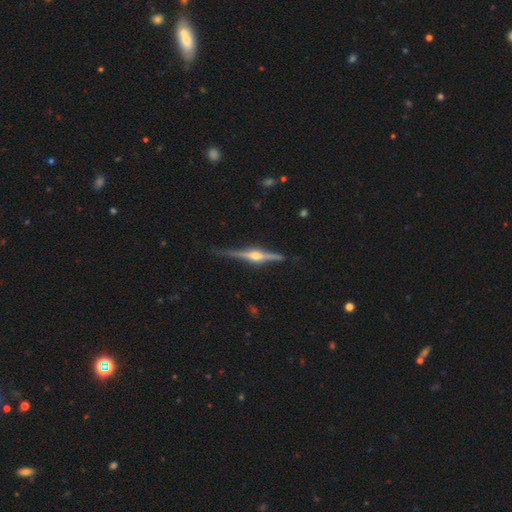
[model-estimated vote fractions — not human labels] smooth_or_featured: featured or disk (p=0.86) [alt: smooth p=0.09]
disk_edge_on: yes (p=0.98) [alt: no p=0.02]
edge_on_bulge: rounded (p=0.94) [alt: boxy p=0.04]
merging: none (p=0.84) [alt: minor disturbance p=0.12]